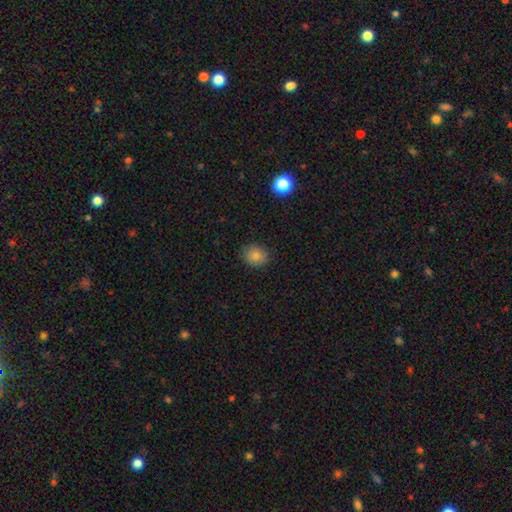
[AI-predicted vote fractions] smooth_or_featured: smooth (p=0.82) [alt: star or artifact p=0.11]
how_rounded: round (p=0.64) [alt: in between p=0.35]
merging: none (p=0.86) [alt: minor disturbance p=0.10]